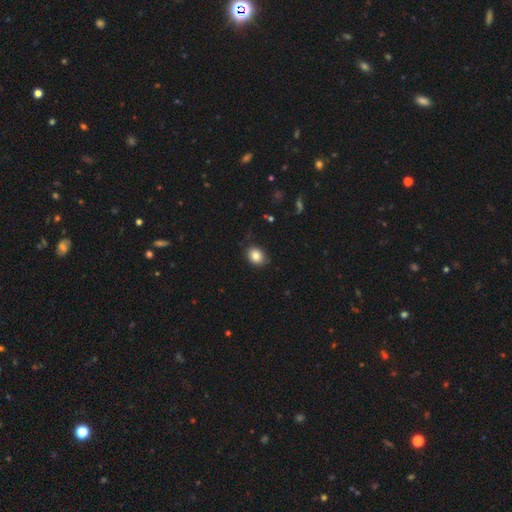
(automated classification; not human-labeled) Overall: smooth (84%). How rounded: round (50%; in between 49%). Merging: none (80%).